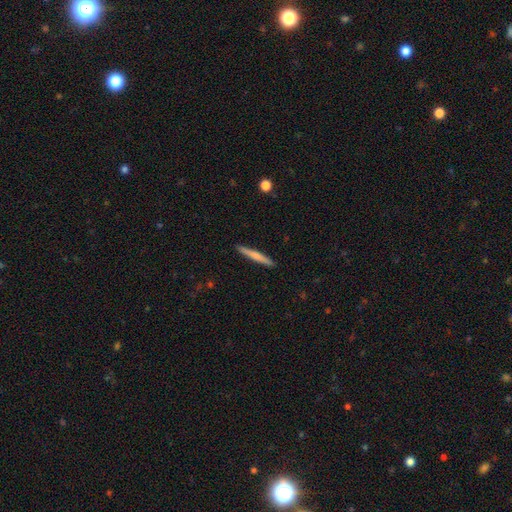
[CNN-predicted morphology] Overall: smooth (59%; featured or disk 36%). How rounded: cigar-shaped (96%). Merging: none (91%).